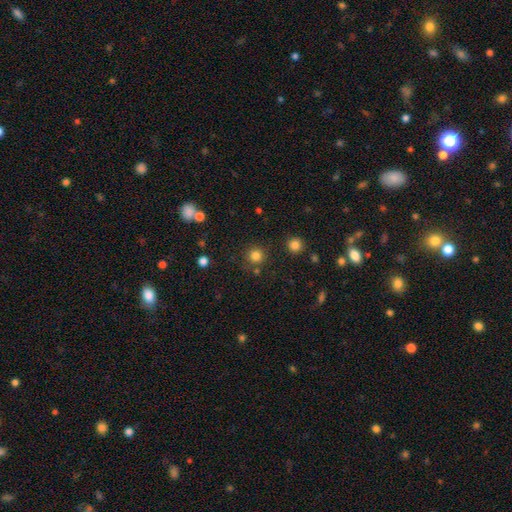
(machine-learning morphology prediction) smooth_or_featured: smooth (p=0.81) [alt: star or artifact p=0.14]
how_rounded: round (p=0.94) [alt: in between p=0.05]
merging: none (p=0.84) [alt: minor disturbance p=0.08]